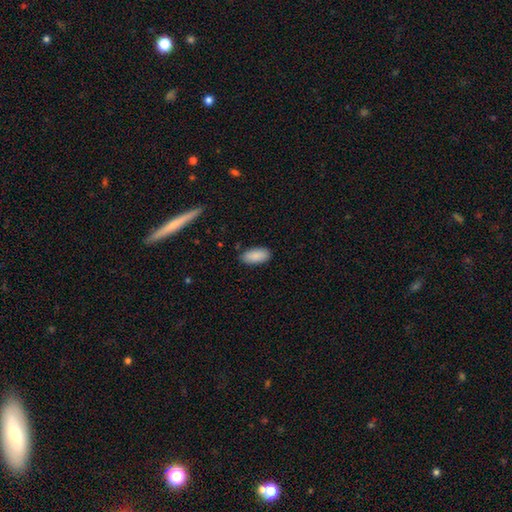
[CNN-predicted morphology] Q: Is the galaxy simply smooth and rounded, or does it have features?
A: smooth — 89%.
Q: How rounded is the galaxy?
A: in between — 92%.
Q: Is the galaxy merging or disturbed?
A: none — 86%.